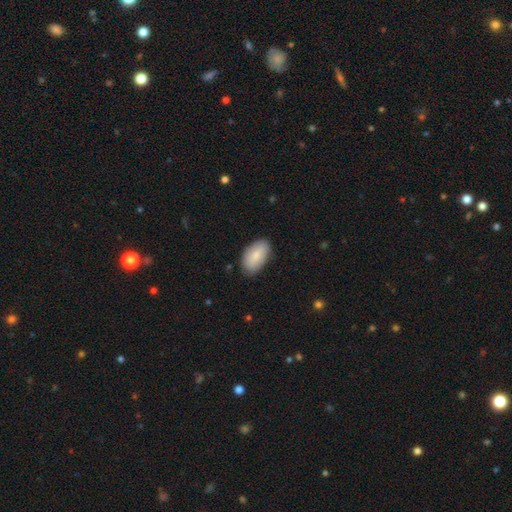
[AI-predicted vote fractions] smooth-or-featured: smooth: 83% | featured or disk: 12% | star or artifact: 6%
  how-rounded: in between: 95% | round: 3% | cigar-shaped: 2%
  merging: none: 83% | minor disturbance: 13% | major disturbance: 3% | merger: 1%